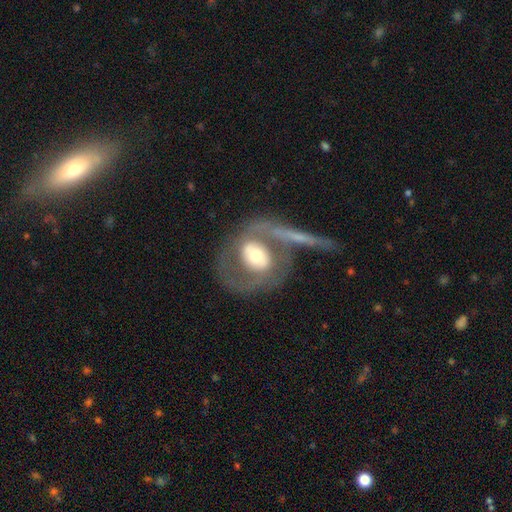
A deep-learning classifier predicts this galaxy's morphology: This appears to be a featured or disk galaxy (65%) with no bar (51%), spiral arms (55%) and a moderate central bulge (66%). Merging: none (48%).